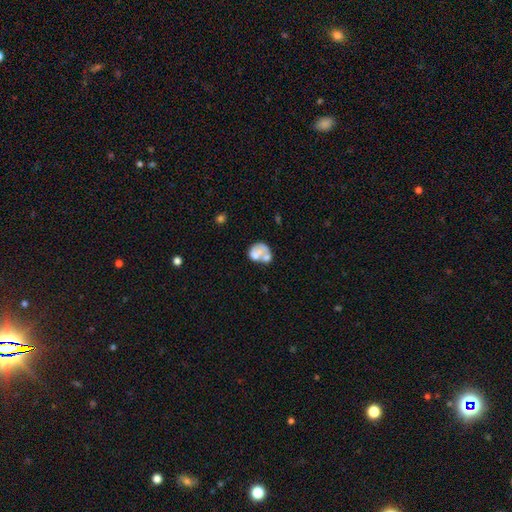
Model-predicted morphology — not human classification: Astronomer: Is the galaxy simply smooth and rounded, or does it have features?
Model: smooth — 51% (runner-up: featured or disk, 39%).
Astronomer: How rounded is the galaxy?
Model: round — 50% (runner-up: in between, 49%).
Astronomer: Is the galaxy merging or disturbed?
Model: merger — 45% (runner-up: none, 25%).